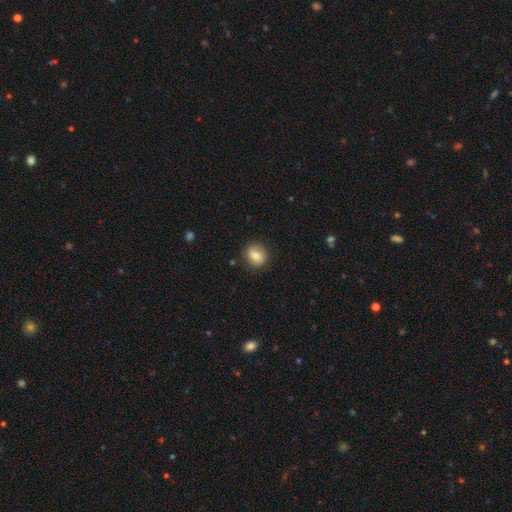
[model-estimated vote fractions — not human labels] The model was most divided on "how rounded": round: 61%, in between: 38%, cigar-shaped: 1%. More confident: merging — none (81%); smooth or featured — smooth (79%).